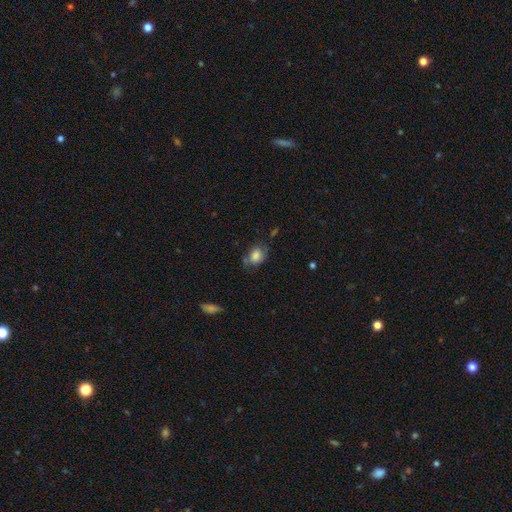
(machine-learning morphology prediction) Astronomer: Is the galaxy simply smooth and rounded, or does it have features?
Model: smooth — 72%.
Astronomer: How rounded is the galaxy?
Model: in between — 65%.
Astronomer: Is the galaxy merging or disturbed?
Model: none — 53% (runner-up: minor disturbance, 30%).